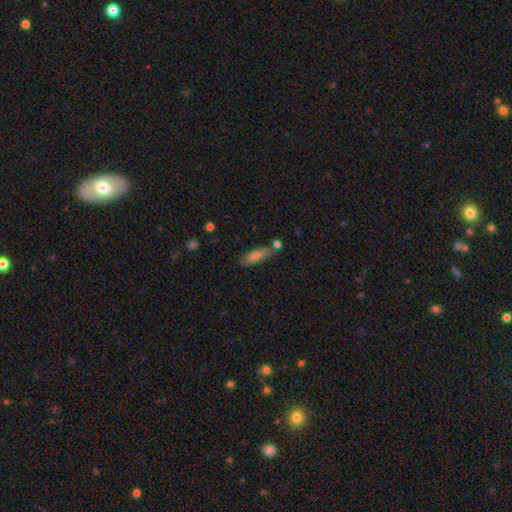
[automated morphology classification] The model was most divided on "how rounded": cigar-shaped: 51%, in between: 46%, round: 3%. More confident: merging — none (73%); smooth or featured — smooth (67%).